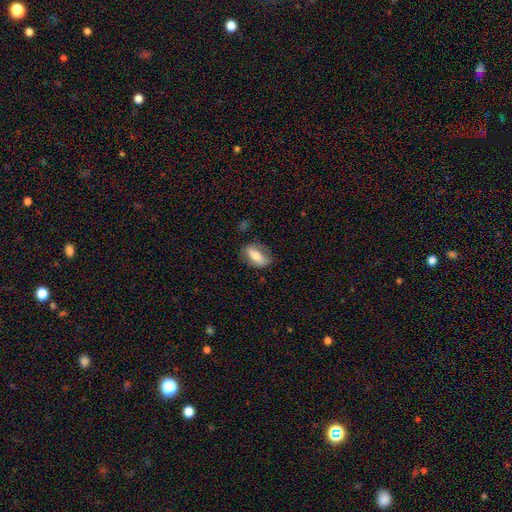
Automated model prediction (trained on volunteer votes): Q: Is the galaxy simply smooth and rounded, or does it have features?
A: smooth — 58%.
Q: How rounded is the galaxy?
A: in between — 81%.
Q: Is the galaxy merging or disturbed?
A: none — 70%.